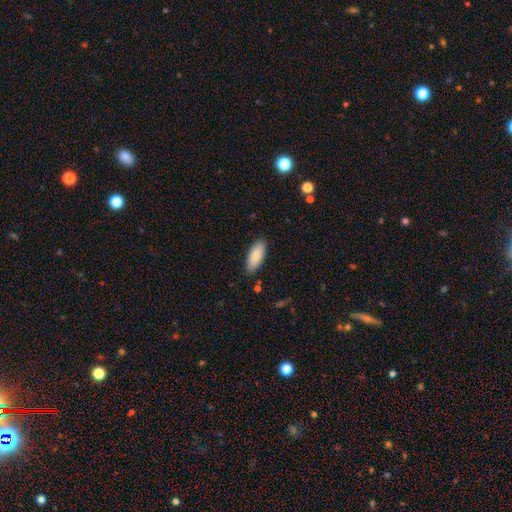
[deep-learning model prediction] Smooth or featured: smooth — 88% (featured or disk — 6%)
How rounded: in between — 79% (cigar-shaped — 19%)
Merging: none — 85% (minor disturbance — 11%)